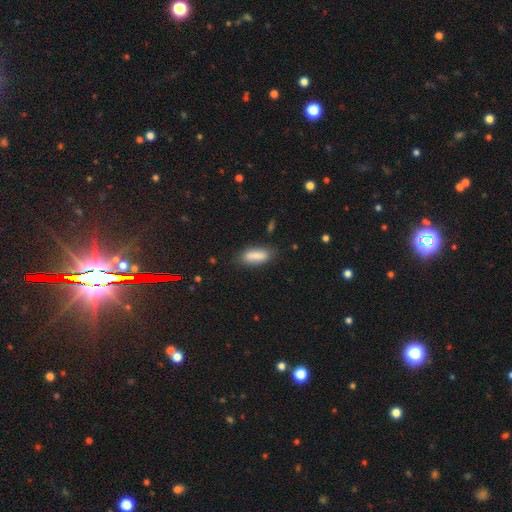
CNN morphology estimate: A smooth galaxy with no disk features (87%) that is in between round and cigar-shaped (72%).

Vote fractions:
- Smooth or featured? smooth: 87% / star or artifact: 7% / featured or disk: 6%
- How rounded? in between: 72% / cigar-shaped: 25% / round: 2%
- Merging? none: 79% / minor disturbance: 15% / major disturbance: 4% / merger: 2%